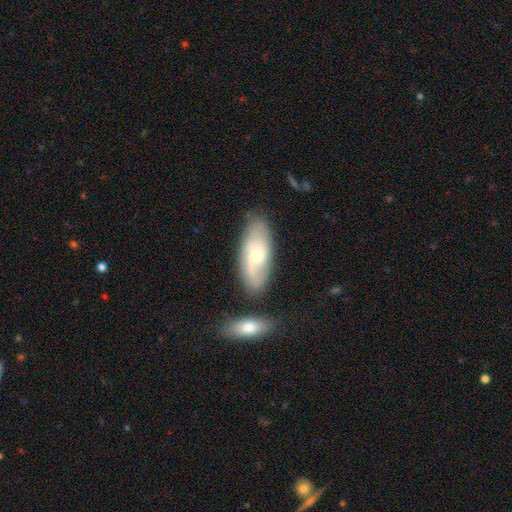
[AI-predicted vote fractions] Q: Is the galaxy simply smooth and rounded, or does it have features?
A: featured or disk — 48%.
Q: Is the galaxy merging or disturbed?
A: none — 70%.